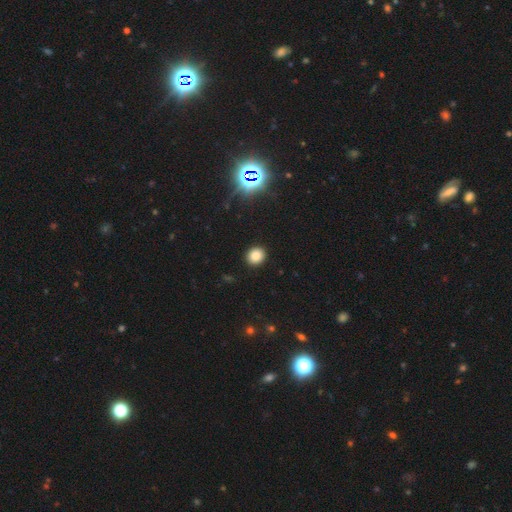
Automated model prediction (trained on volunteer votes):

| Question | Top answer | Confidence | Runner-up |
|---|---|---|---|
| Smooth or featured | smooth | 83% | star or artifact (13%) |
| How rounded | round | 76% | in between (23%) |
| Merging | none | 91% | minor disturbance (6%) |